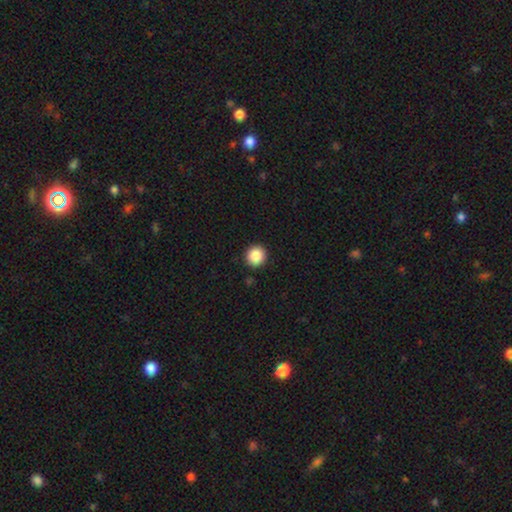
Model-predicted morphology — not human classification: This is clearly a smooth galaxy (87%). How rounded: clearly round (94%). Merging: clearly none (92%).